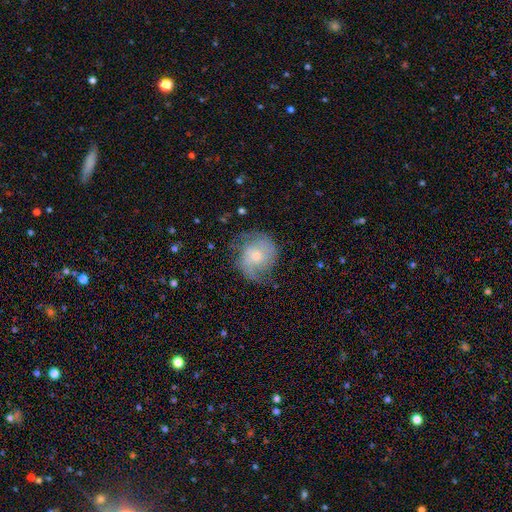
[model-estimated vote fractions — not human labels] This is likely a featured or disk galaxy (74%). It is clearly not viewed edge-on (97%). Bar: likely no (67%). Spiral arm pattern: clearly yes (93%). Spiral arm count: likely 2 (75%). Spiral winding: marginally medium (45%). Central bulge: possibly small (49%). Merging: likely none (68%).